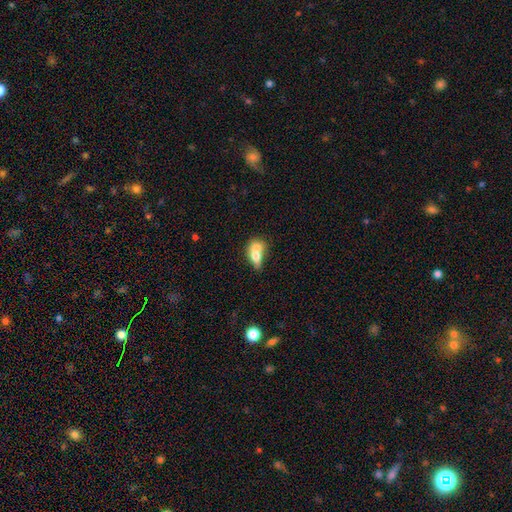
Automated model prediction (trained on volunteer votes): Q: Smooth or featured?
A: smooth (66%); runner-up: featured or disk (26%)
Q: How rounded?
A: in between (71%); runner-up: round (19%)
Q: Merging?
A: merger (60%); runner-up: none (21%)